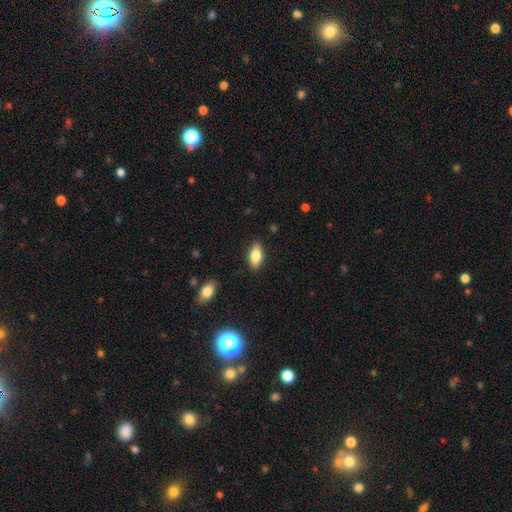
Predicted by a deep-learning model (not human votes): Q: Smooth or featured?
A: smooth (82%); runner-up: featured or disk (11%)
Q: How rounded?
A: in between (88%); runner-up: cigar-shaped (9%)
Q: Merging?
A: none (87%); runner-up: minor disturbance (9%)